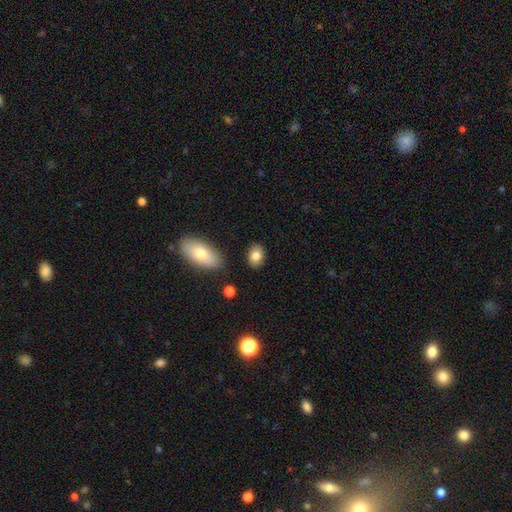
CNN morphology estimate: A smooth galaxy with no disk features (82%) that is in between round and cigar-shaped (79%). Merging: none (85%).